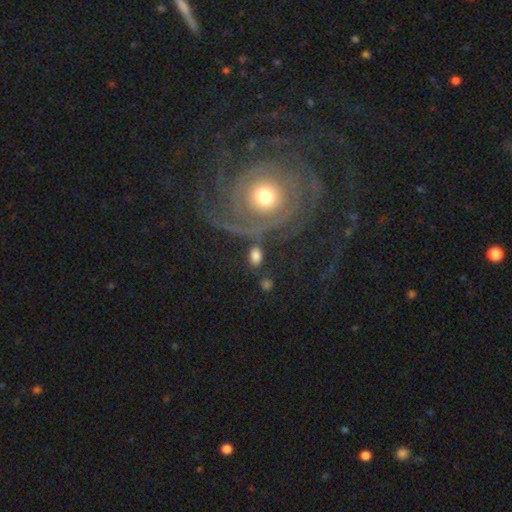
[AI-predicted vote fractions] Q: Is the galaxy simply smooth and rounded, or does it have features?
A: smooth — 74%.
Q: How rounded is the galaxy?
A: in between — 76%.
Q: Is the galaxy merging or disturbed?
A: none — 71%.